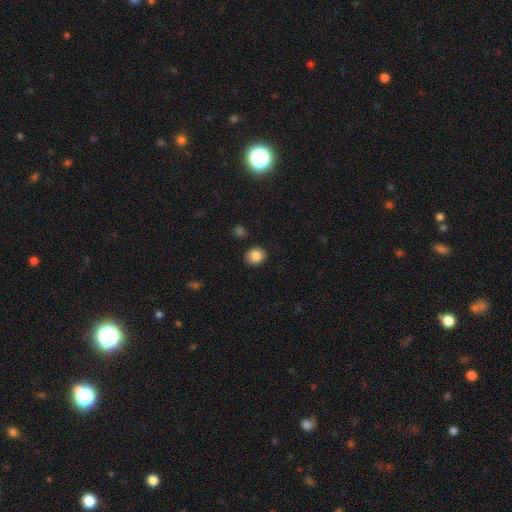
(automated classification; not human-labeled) A smooth galaxy with no disk features (86%) that is round (73%). Merging: none (88%).